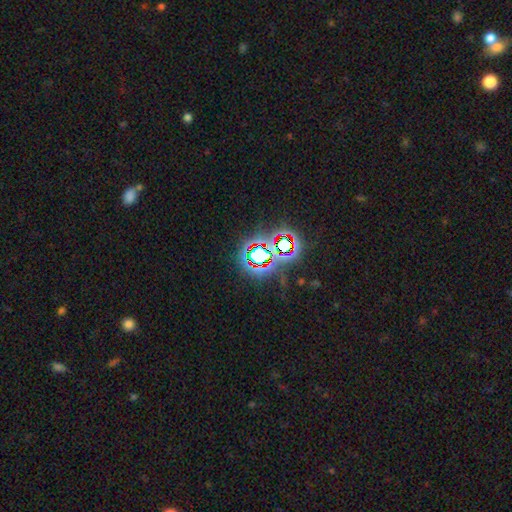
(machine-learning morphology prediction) The model was most divided on "smooth or featured": star or artifact: 74%, smooth: 14%, featured or disk: 12%.